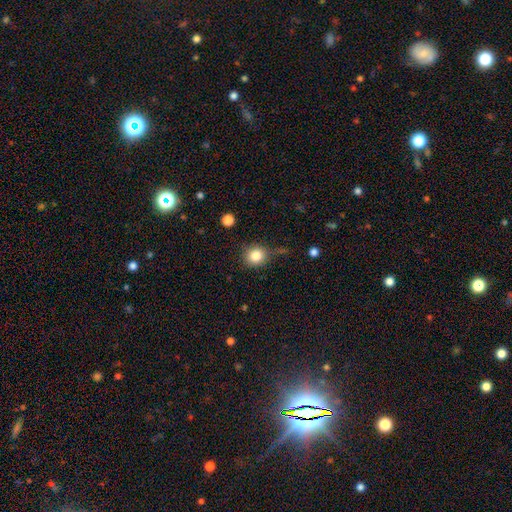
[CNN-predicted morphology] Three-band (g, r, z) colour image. It shows a smooth galaxy with no disk features (83%) that is round (85%). Merging: none (71%).